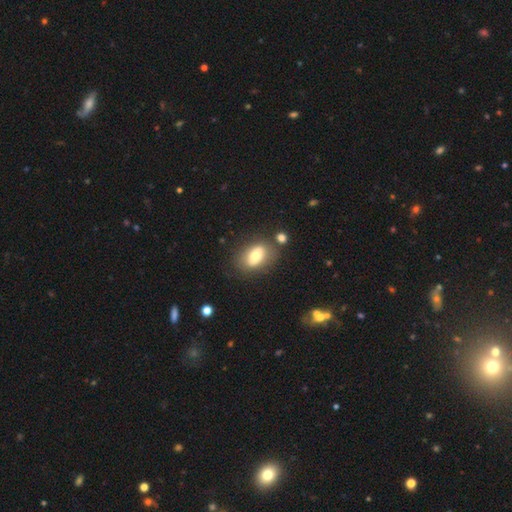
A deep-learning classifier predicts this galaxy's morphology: This is likely a smooth galaxy (67%). How rounded: clearly in between (84%). Merging: likely none (70%).